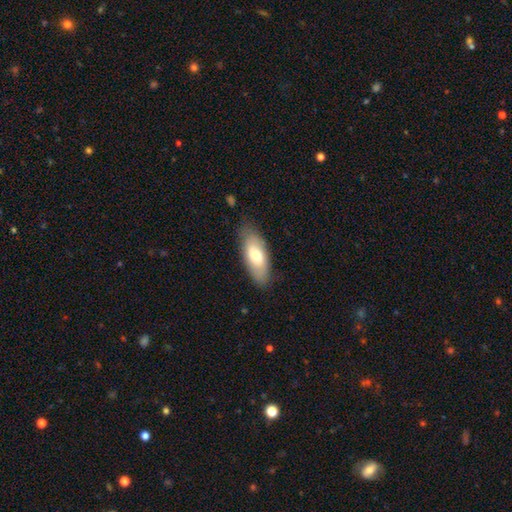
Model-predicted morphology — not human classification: Q: Smooth or featured?
A: smooth (67%); runner-up: featured or disk (27%)
Q: How rounded?
A: in between (84%); runner-up: cigar-shaped (13%)
Q: Merging?
A: none (80%); runner-up: minor disturbance (16%)